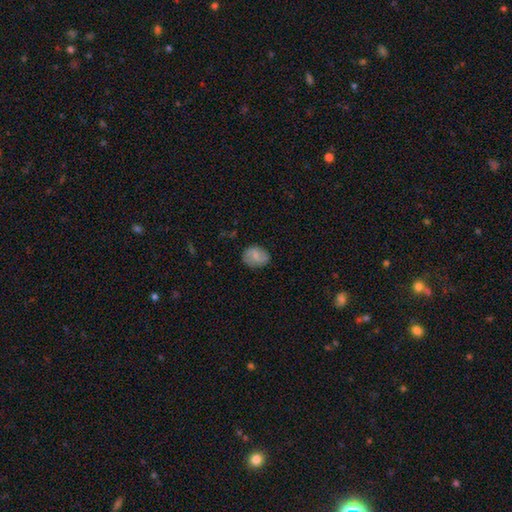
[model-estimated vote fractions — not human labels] This appears to be a smooth galaxy with no disk features (67%) that is in between round and cigar-shaped (50%). Merging: none (78%).